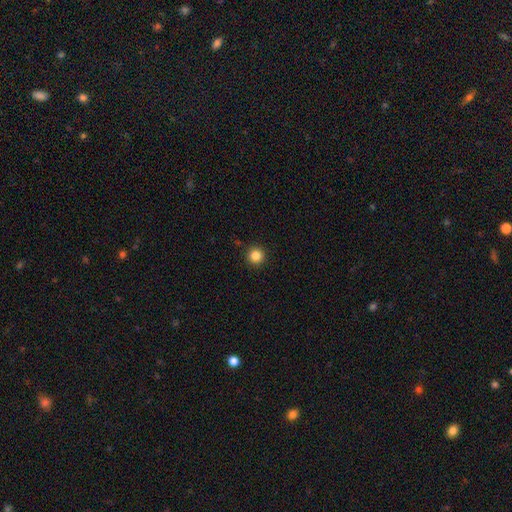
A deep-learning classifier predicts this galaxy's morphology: Smooth or featured?
  - smooth: 85% *
  - star or artifact: 11%
  - featured or disk: 4%
How rounded?
  - round: 96% *
  - in between: 3%
  - cigar-shaped: 1%
Merging?
  - none: 92% *
  - minor disturbance: 5%
  - major disturbance: 2%
  - merger: 1%